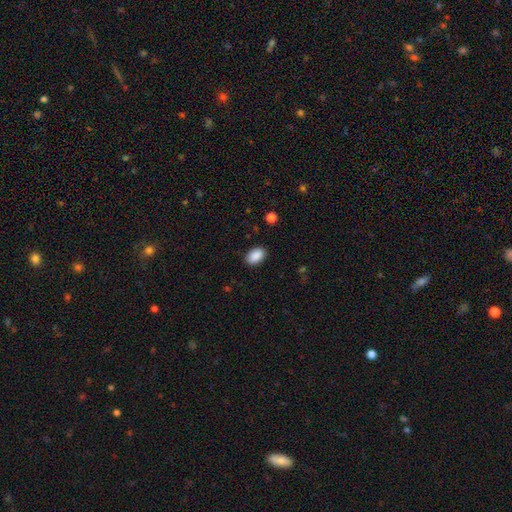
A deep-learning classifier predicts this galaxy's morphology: The model was most divided on "merging": none: 88%, minor disturbance: 8%, major disturbance: 2%, merger: 1%. More confident: how rounded — in between (90%); smooth or featured — smooth (90%).